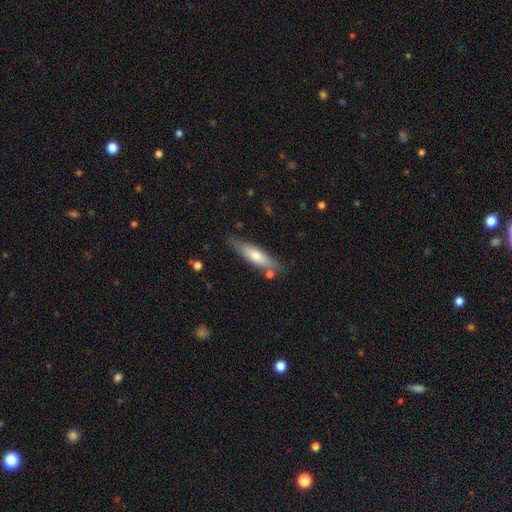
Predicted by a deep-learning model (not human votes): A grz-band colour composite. It shows a smooth galaxy with no disk features (62%) that is cigar-shaped (65%). Merging: none (76%).